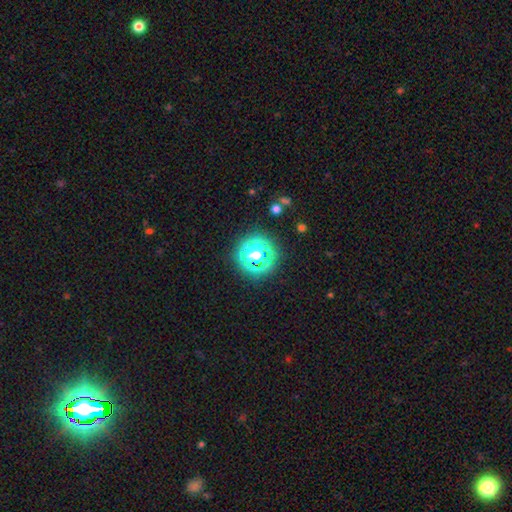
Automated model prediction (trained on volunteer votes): Smooth or featured: star or artifact — 52% (smooth — 38%)